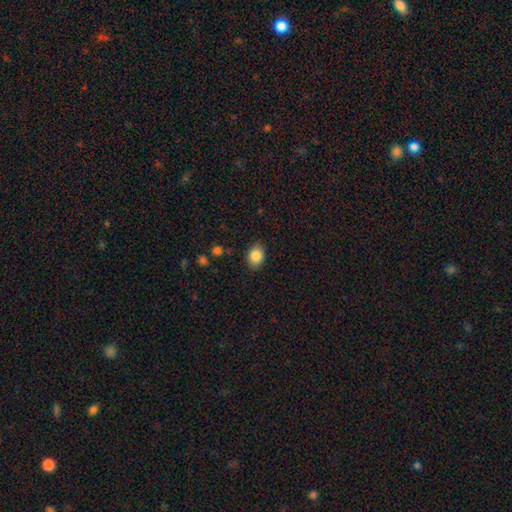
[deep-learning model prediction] Smooth or featured: smooth — 86% (star or artifact — 8%)
How rounded: in between — 74% (round — 25%)
Merging: none — 86% (minor disturbance — 10%)